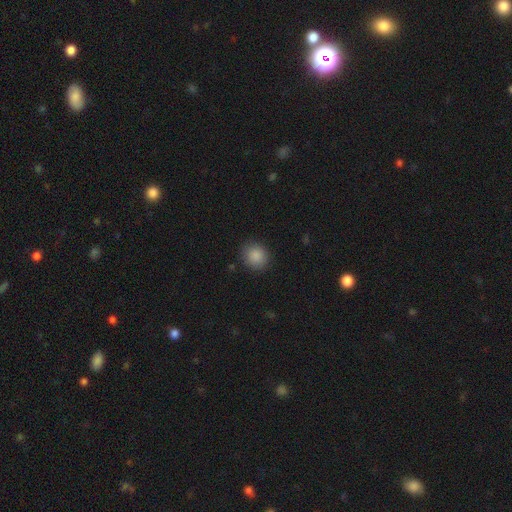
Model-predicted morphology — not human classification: Smooth or featured? smooth (88%)
How rounded? round (85%)
Merging? none (89%)